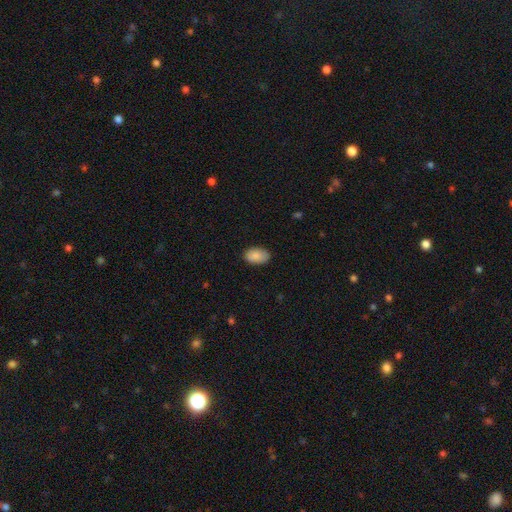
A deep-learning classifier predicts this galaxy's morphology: Smooth or featured? smooth (88%)
How rounded? in between (92%)
Merging? none (86%)